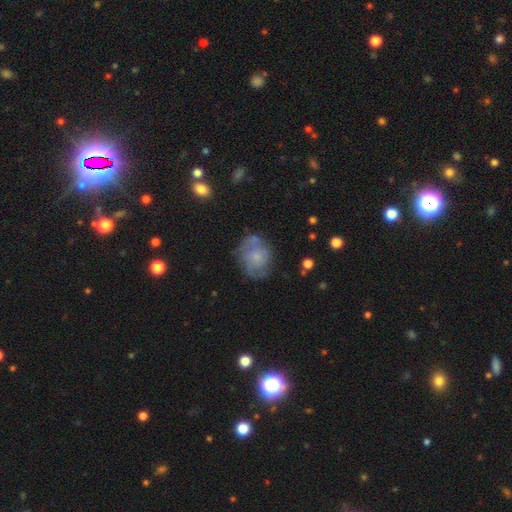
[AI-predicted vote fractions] Smooth or featured? Predicted: featured or disk (p=0.61). Edge-on disk? Predicted: no (p=0.98). Bar? Predicted: no (p=0.78). Spiral arms? Predicted: yes (p=0.81). Bulge size? Predicted: small (p=0.66). Merging? Predicted: none (p=0.61).